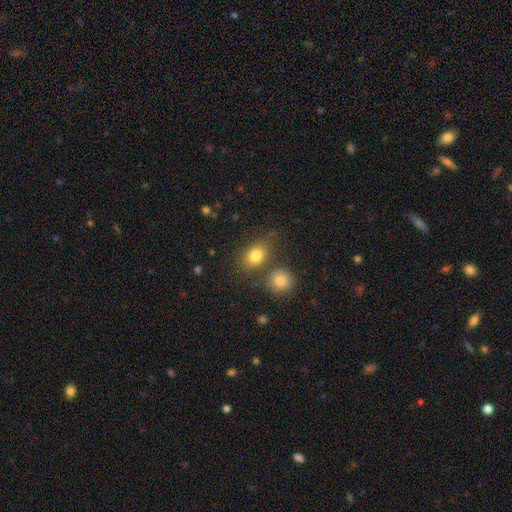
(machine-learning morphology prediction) A smooth galaxy with no disk features (79%) that is in between round and cigar-shaped (64%).

Vote fractions:
- Smooth or featured? smooth: 79% / star or artifact: 11% / featured or disk: 9%
- How rounded? in between: 64% / round: 34% / cigar-shaped: 2%
- Merging? none: 59% / merger: 23% / minor disturbance: 13% / major disturbance: 5%